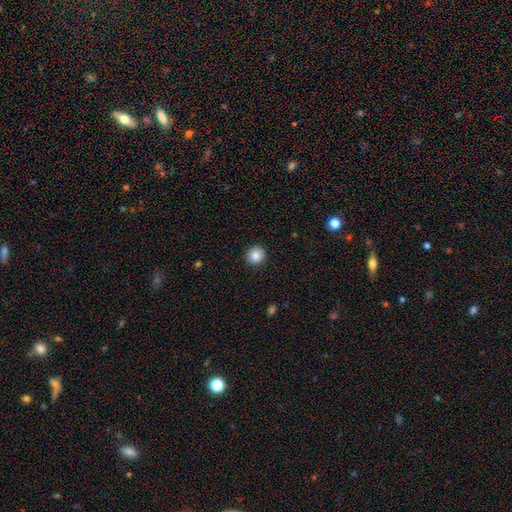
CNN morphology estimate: A smooth galaxy with no disk features (85%) that is round (92%).

Vote fractions:
- Smooth or featured? smooth: 85% / star or artifact: 9% / featured or disk: 6%
- How rounded? round: 92% / in between: 7% / cigar-shaped: 1%
- Merging? none: 91% / minor disturbance: 6% / major disturbance: 2% / merger: 1%